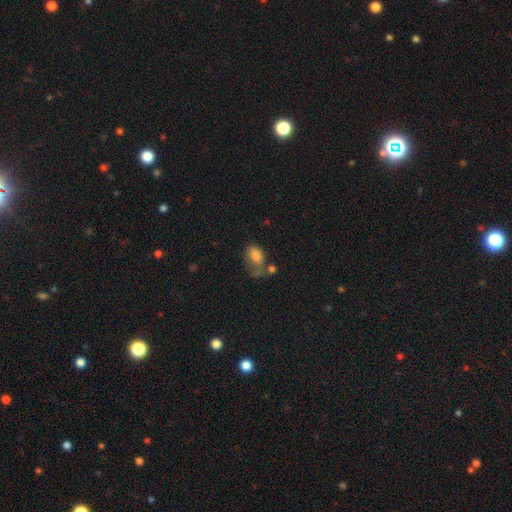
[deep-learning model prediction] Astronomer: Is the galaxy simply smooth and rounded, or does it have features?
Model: smooth — 74%.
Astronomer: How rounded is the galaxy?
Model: in between — 84%.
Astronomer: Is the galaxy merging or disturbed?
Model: major disturbance — 33% (runner-up: none, 24%).